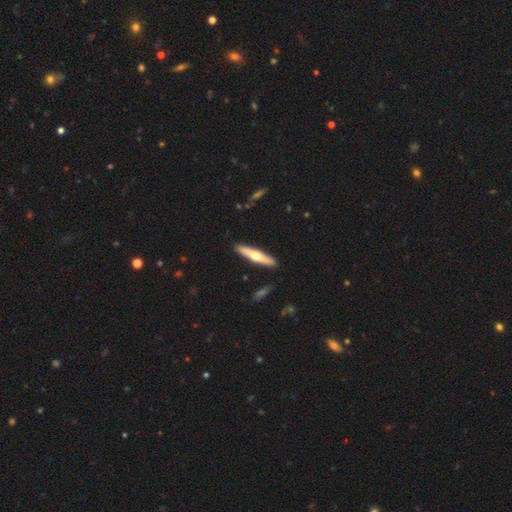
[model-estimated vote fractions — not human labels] Morphology: type=featured or disk (49%); merging=none (90%).